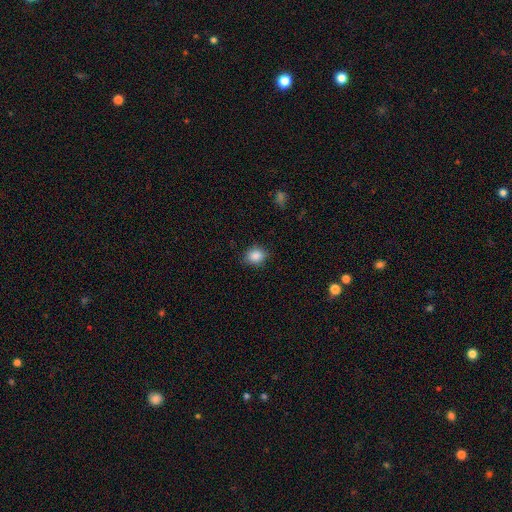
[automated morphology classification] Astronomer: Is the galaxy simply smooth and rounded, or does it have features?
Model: smooth — 87%.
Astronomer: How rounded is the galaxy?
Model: round — 56% (runner-up: in between, 43%).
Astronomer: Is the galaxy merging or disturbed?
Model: none — 84%.